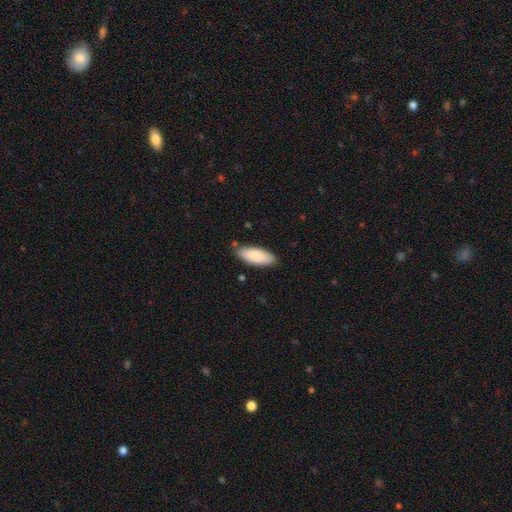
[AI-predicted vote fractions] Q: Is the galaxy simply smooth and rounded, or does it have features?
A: smooth — 87%.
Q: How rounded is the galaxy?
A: in between — 78%.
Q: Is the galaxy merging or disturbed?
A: none — 82%.